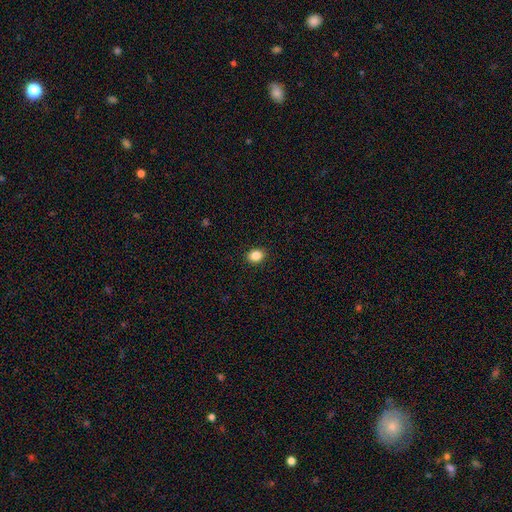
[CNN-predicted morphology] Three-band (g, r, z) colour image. It shows a smooth galaxy with no disk features (86%) that is in between round and cigar-shaped (56%). Merging: none (91%).